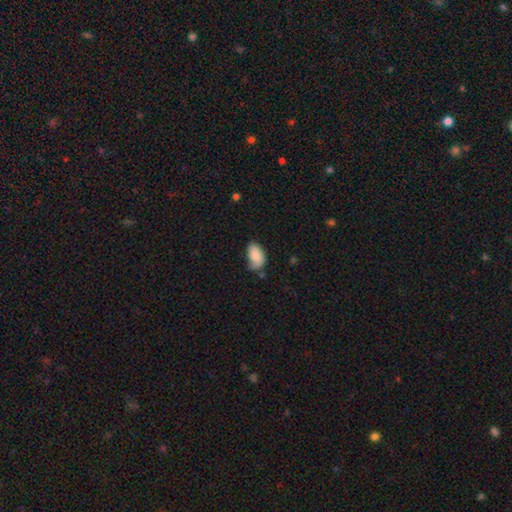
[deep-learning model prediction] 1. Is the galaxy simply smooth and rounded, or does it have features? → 81% smooth, 12% featured or disk, 7% star or artifact.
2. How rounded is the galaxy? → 92% in between, 6% round, 2% cigar-shaped.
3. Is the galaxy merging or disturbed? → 41% none, 38% minor disturbance, 16% major disturbance, 5% merger.